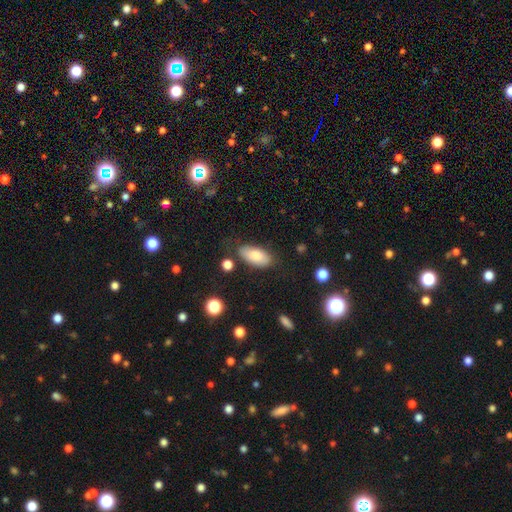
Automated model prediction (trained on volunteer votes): Smooth or featured?
  - smooth: 81% *
  - featured or disk: 12%
  - star or artifact: 7%
How rounded?
  - in between: 90% *
  - cigar-shaped: 8%
  - round: 3%
Merging?
  - none: 74% *
  - minor disturbance: 17%
  - major disturbance: 5%
  - merger: 3%